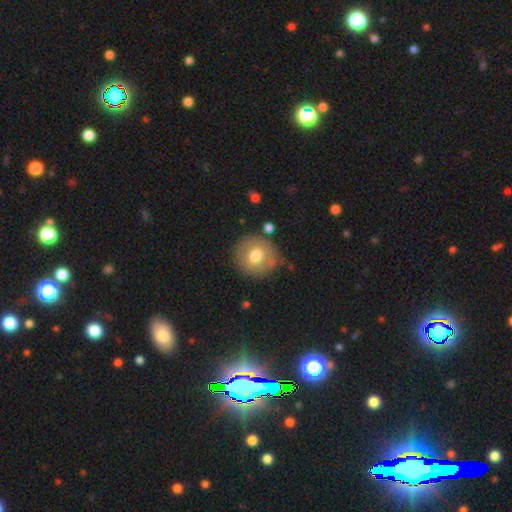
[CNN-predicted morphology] A smooth galaxy with no disk features (68%) that is round (90%). Merging: none (78%).